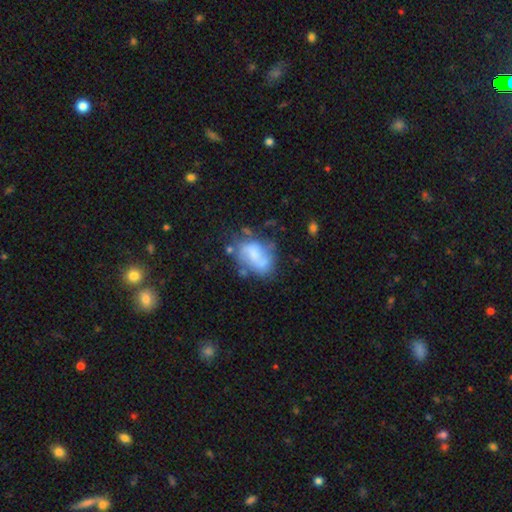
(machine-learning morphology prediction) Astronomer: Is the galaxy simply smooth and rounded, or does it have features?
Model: featured or disk — 47% (runner-up: smooth, 44%).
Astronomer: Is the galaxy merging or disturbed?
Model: none — 36% (runner-up: minor disturbance, 24%).